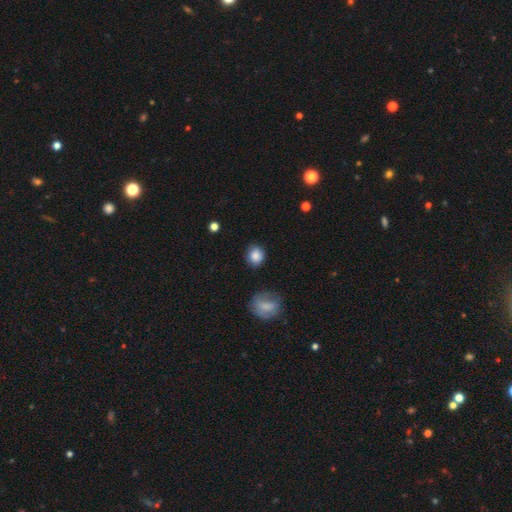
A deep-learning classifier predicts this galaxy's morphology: smooth-or-featured: smooth: 86% | star or artifact: 9% | featured or disk: 5%
  how-rounded: round: 76% | in between: 23% | cigar-shaped: 1%
  merging: none: 82% | minor disturbance: 13% | major disturbance: 3% | merger: 2%